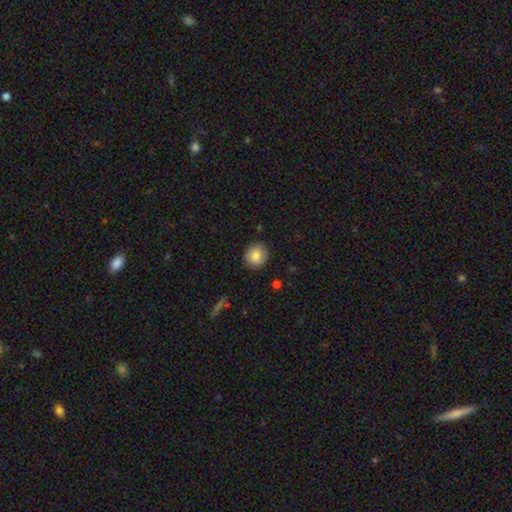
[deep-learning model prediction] smooth-or-featured: smooth: 83% | featured or disk: 9% | star or artifact: 8%
  how-rounded: round: 84% | in between: 15% | cigar-shaped: 1%
  merging: none: 88% | minor disturbance: 9% | major disturbance: 2% | merger: 1%